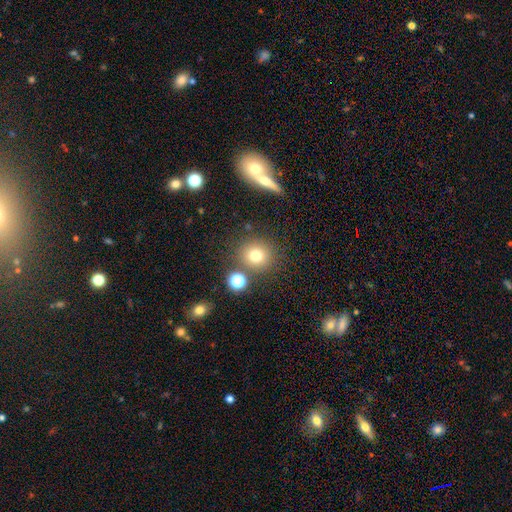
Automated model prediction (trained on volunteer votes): smooth-or-featured: smooth: 75% | star or artifact: 15% | featured or disk: 10%
  how-rounded: round: 89% | in between: 10% | cigar-shaped: 1%
  merging: none: 80% | minor disturbance: 9% | merger: 8% | major disturbance: 3%